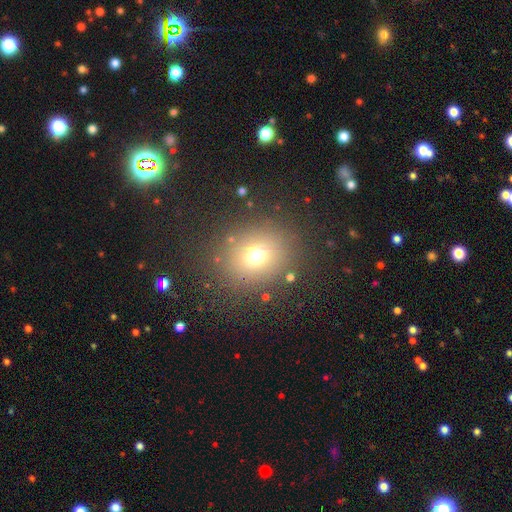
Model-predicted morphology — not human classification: Overall: smooth (71%). How rounded: round (72%). Merging: none (85%).